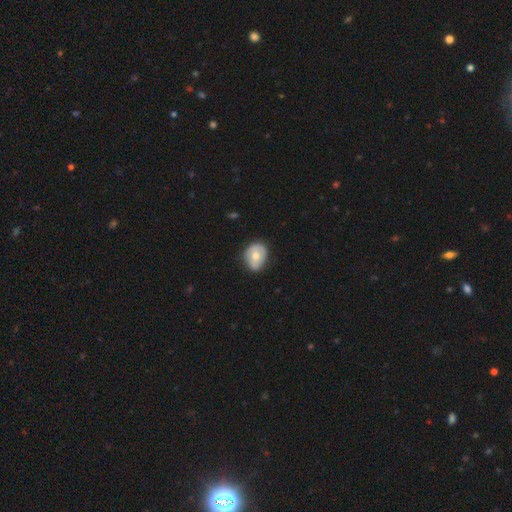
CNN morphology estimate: Q: Smooth or featured?
A: smooth (63%); runner-up: featured or disk (31%)
Q: How rounded?
A: in between (51%); runner-up: round (48%)
Q: Merging?
A: none (67%); runner-up: minor disturbance (26%)